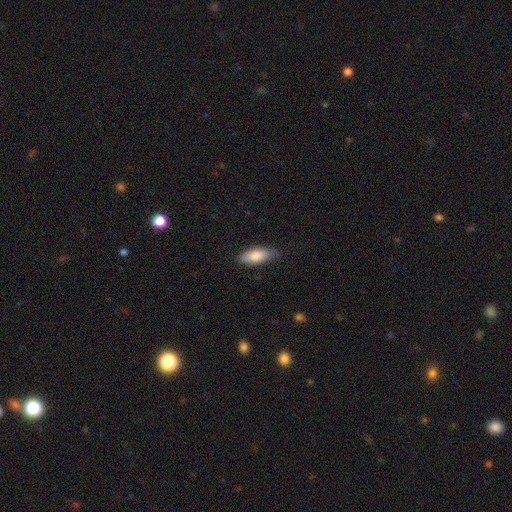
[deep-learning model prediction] smooth-or-featured: smooth: 83% | featured or disk: 11% | star or artifact: 6%
  how-rounded: in between: 76% | cigar-shaped: 22% | round: 2%
  merging: none: 78% | minor disturbance: 18% | major disturbance: 3% | merger: 1%